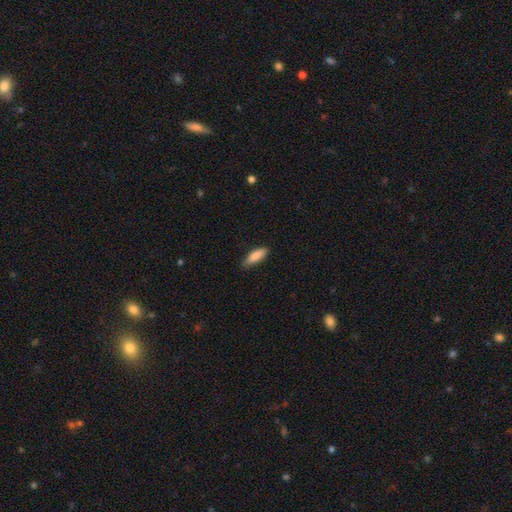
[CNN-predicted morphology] smooth-or-featured: smooth: 87% | featured or disk: 7% | star or artifact: 6%
  how-rounded: in between: 54% | cigar-shaped: 45% | round: 2%
  merging: none: 82% | minor disturbance: 15% | major disturbance: 2% | merger: 1%